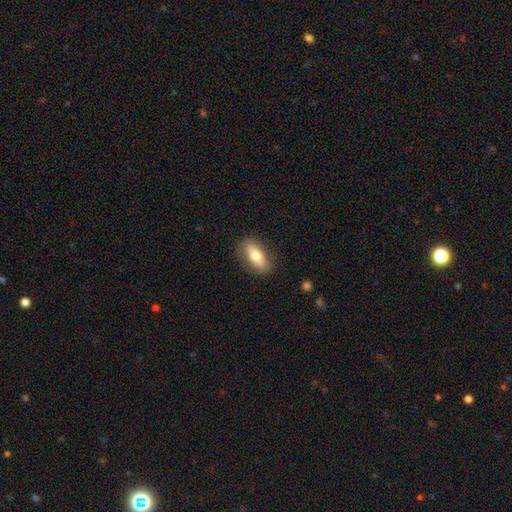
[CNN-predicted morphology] Overall: smooth (64%; featured or disk 30%). How rounded: in between (78%). Merging: none (83%).